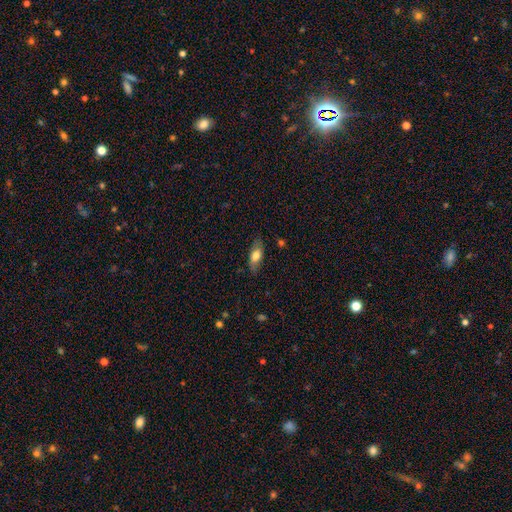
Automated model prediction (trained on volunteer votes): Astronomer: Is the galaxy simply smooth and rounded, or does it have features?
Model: smooth — 70%.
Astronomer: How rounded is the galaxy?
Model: in between — 77%.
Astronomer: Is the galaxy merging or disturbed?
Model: none — 77%.